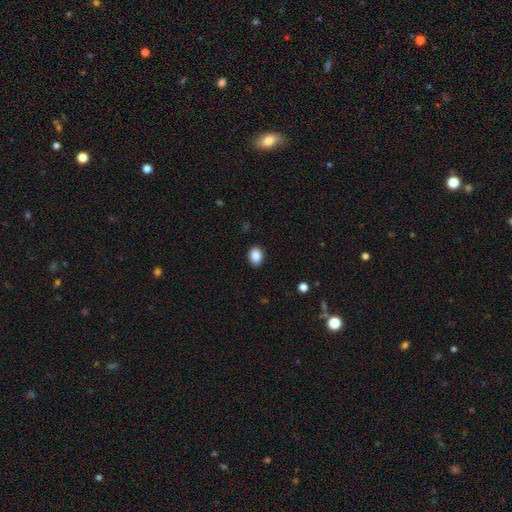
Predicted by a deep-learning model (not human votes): smooth_or_featured: smooth (p=0.88) [alt: star or artifact p=0.08]
how_rounded: in between (p=0.75) [alt: round p=0.24]
merging: none (p=0.88) [alt: minor disturbance p=0.09]